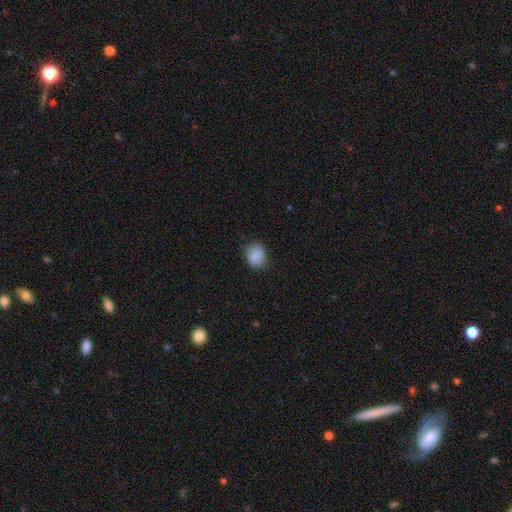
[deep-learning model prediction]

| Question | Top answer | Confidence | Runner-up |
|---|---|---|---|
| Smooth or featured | smooth | 88% | star or artifact (8%) |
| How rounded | round | 53% | in between (46%) |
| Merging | none | 79% | minor disturbance (16%) |